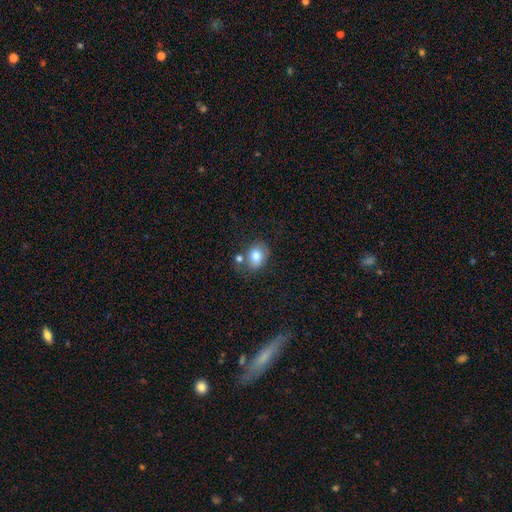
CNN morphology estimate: This appears to be a smooth galaxy with no disk features (78%) that is in between round and cigar-shaped (52%). Merging: none (58%).